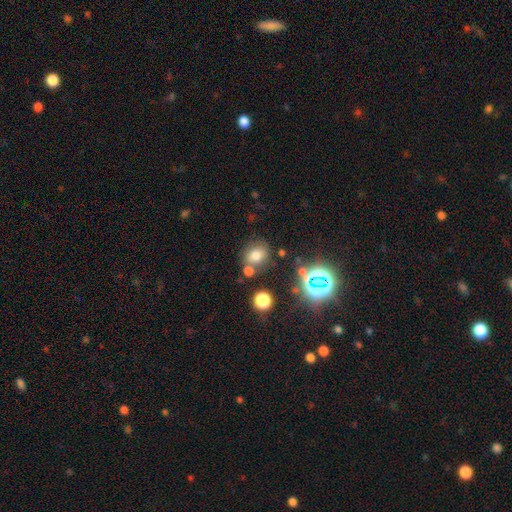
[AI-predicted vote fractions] smooth_or_featured: smooth (p=0.68) [alt: star or artifact p=0.21]
how_rounded: round (p=0.62) [alt: in between p=0.36]
merging: none (p=0.65) [alt: merger p=0.18]